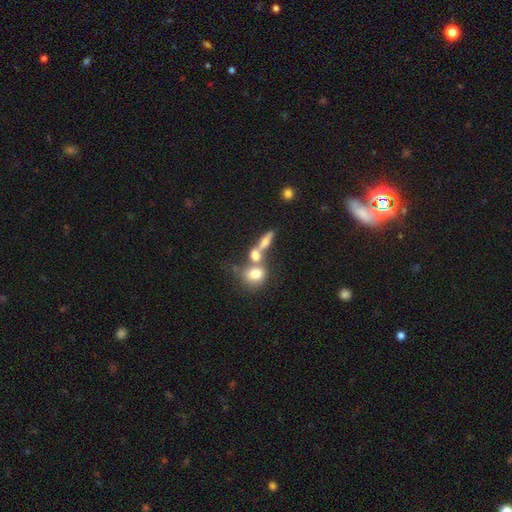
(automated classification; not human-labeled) This appears to be a smooth galaxy with no disk features (61%) that is round (43%). Merging: merger (49%).